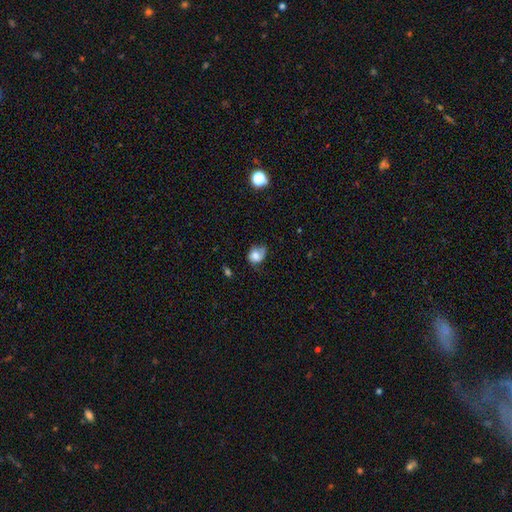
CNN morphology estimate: Smooth or featured? Predicted: smooth (p=0.71). How rounded? Predicted: in between (p=0.53). Merging? Predicted: minor disturbance (p=0.38, tied with none).